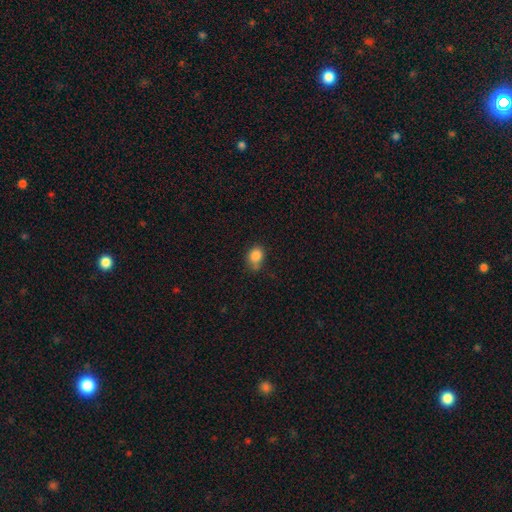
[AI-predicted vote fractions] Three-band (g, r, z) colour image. It shows a smooth galaxy with no disk features (85%) that is round (50%). Merging: none (56%).